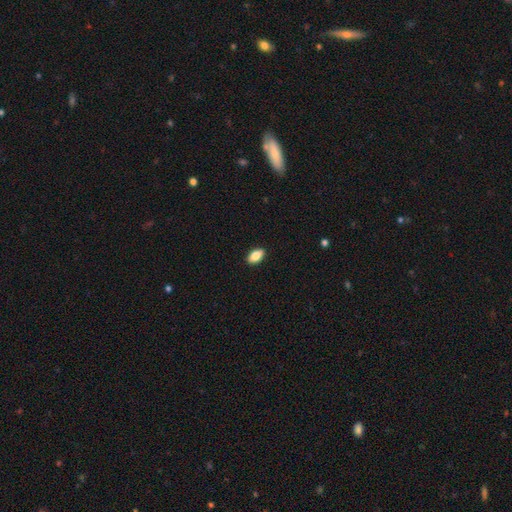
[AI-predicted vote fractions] Smooth or featured? smooth (85%)
How rounded? in between (91%)
Merging? none (90%)